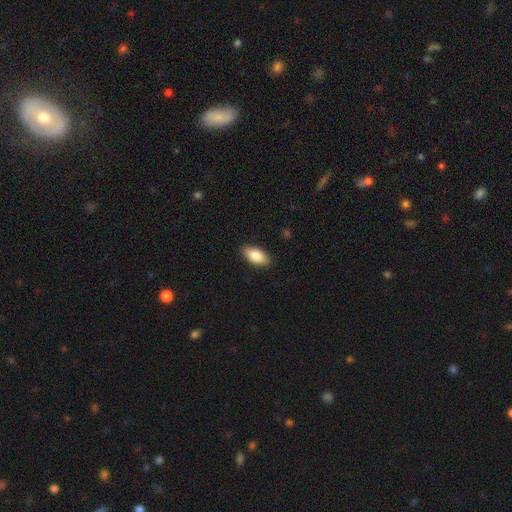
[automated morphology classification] Smooth or featured? Predicted: smooth (p=0.83). How rounded? Predicted: in between (p=0.91). Merging? Predicted: none (p=0.89).